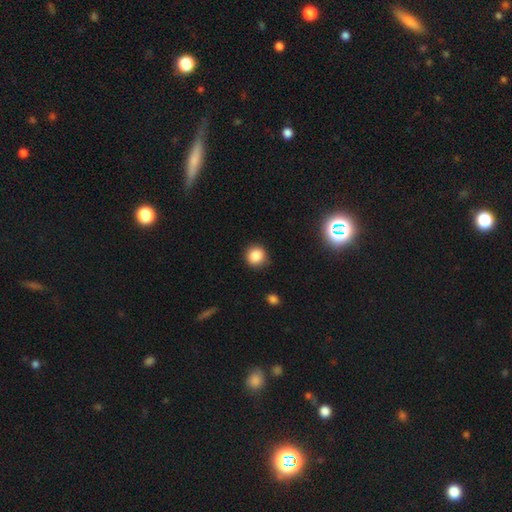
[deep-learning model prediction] smooth-or-featured: smooth: 84% | star or artifact: 11% | featured or disk: 5%
  how-rounded: round: 89% | in between: 10% | cigar-shaped: 1%
  merging: none: 88% | minor disturbance: 8% | major disturbance: 2% | merger: 1%